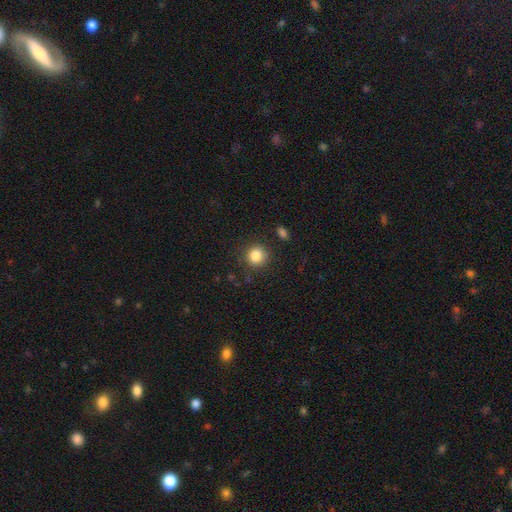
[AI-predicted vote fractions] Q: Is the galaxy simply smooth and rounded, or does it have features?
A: smooth — 84%.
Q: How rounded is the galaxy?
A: round — 89%.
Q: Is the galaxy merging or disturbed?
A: none — 87%.